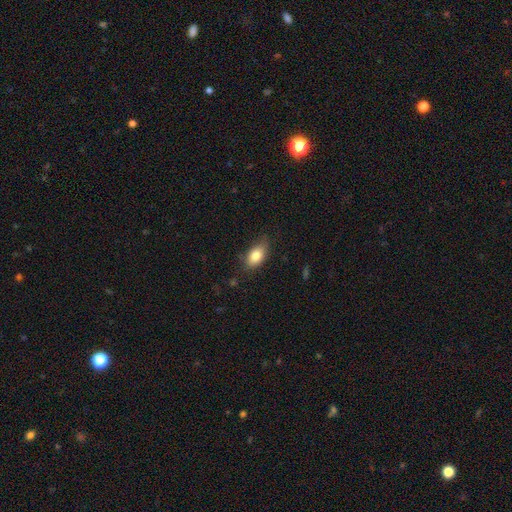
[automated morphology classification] smooth-or-featured: smooth: 81% | featured or disk: 11% | star or artifact: 8%
  how-rounded: in between: 87% | round: 9% | cigar-shaped: 3%
  merging: none: 70% | minor disturbance: 24% | major disturbance: 5% | merger: 1%